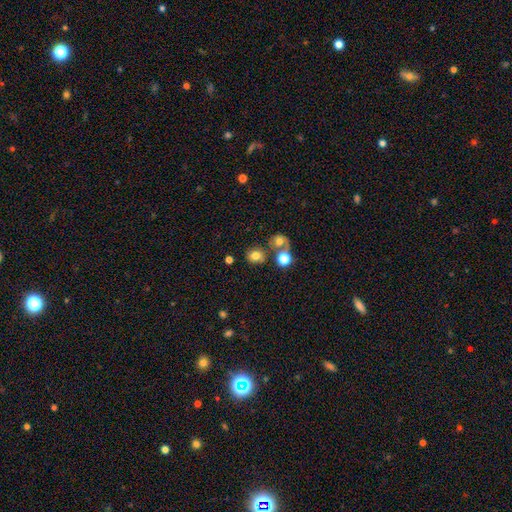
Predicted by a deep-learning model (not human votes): Overall: smooth (77%). How rounded: round (72%). Merging: none (65%).